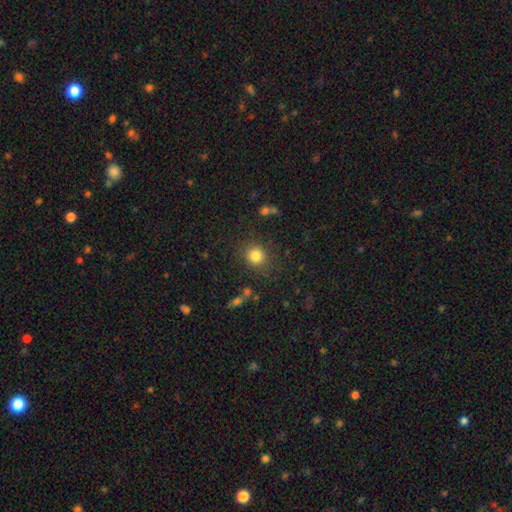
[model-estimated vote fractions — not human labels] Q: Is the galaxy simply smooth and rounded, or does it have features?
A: smooth — 82%.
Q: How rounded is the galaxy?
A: round — 86%.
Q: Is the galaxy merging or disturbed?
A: none — 83%.